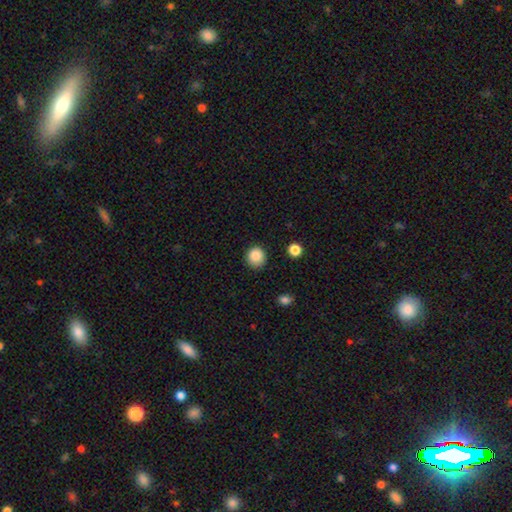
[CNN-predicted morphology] type=smooth (87%); roundness=round (92%); merging=none (87%).